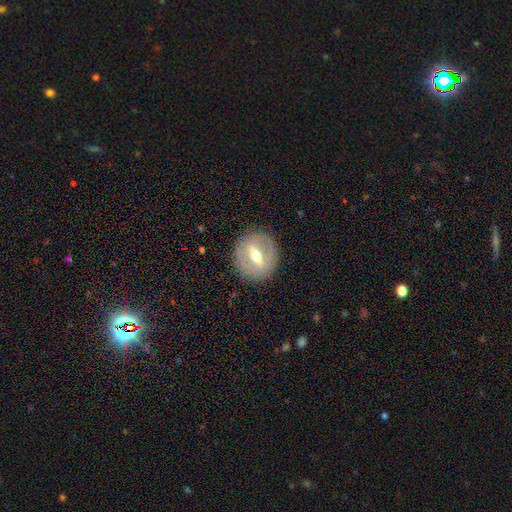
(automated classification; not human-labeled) Smooth or featured?
  - featured or disk: 68% *
  - smooth: 26%
  - star or artifact: 7%
Edge-on disk?
  - no: 80% *
  - yes: 20%
Bar?
  - strong: 60% *
  - weak: 31%
  - no: 9%
Spiral arms?
  - no: 78% *
  - yes: 22%
Bulge size?
  - moderate: 74% *
  - small: 16%
  - large: 8%
  - dominant: 1%
  - none: 1%
Merging?
  - none: 87% *
  - minor disturbance: 8%
  - major disturbance: 3%
  - merger: 1%